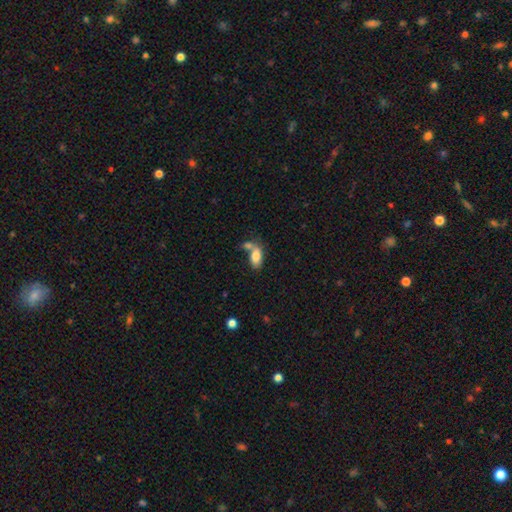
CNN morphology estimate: Q: Smooth or featured?
A: smooth (81%); runner-up: featured or disk (12%)
Q: How rounded?
A: in between (89%); runner-up: cigar-shaped (7%)
Q: Merging?
A: merger (43%); runner-up: none (36%)